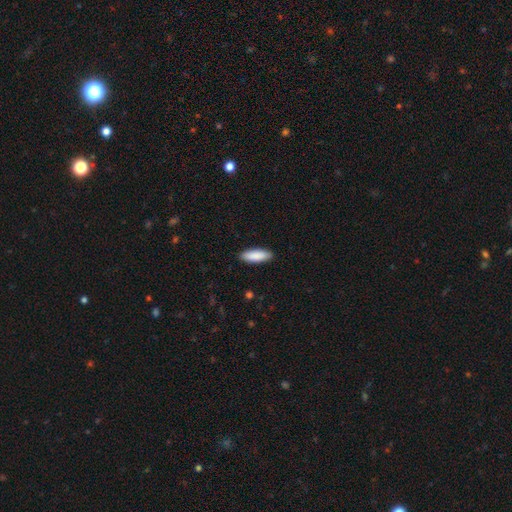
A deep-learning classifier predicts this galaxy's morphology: A smooth galaxy with no disk features (89%) that is in between round and cigar-shaped (61%).

Vote fractions:
- Smooth or featured? smooth: 89% / star or artifact: 5% / featured or disk: 5%
- How rounded? in between: 61% / cigar-shaped: 38% / round: 1%
- Merging? none: 90% / minor disturbance: 7% / major disturbance: 2% / merger: 1%